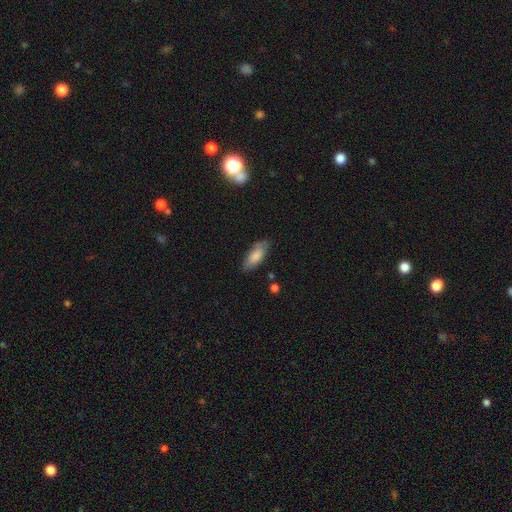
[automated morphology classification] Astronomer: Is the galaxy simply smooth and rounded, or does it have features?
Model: smooth — 81%.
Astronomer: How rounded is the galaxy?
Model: in between — 78%.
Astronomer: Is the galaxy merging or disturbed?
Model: none — 78%.